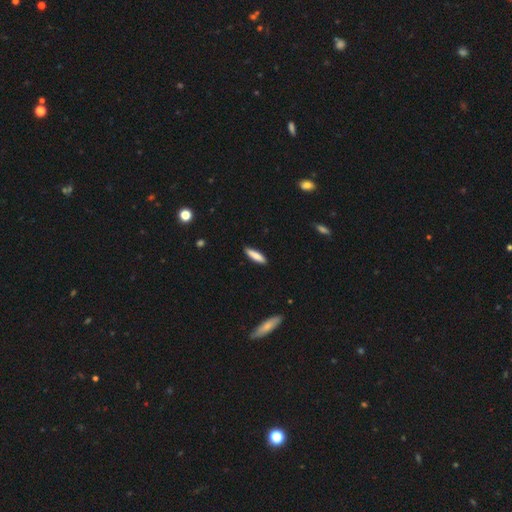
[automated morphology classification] A smooth galaxy with no disk features (79%) that is cigar-shaped (72%).

Vote fractions:
- Smooth or featured? smooth: 79% / featured or disk: 15% / star or artifact: 6%
- How rounded? cigar-shaped: 72% / in between: 26% / round: 2%
- Merging? none: 88% / minor disturbance: 9% / major disturbance: 2% / merger: 1%